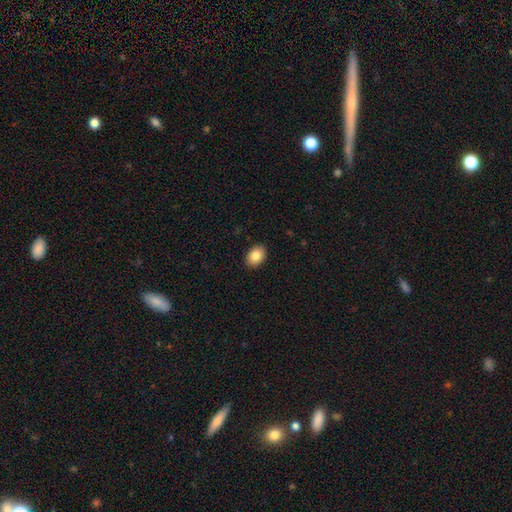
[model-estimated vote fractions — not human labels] This appears to be a smooth galaxy with no disk features (85%) that is in between round and cigar-shaped (78%). Merging: none (91%).